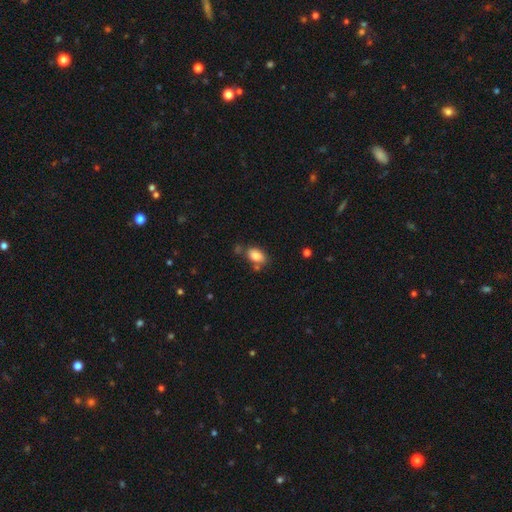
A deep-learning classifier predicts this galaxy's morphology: Smooth or featured? Predicted: smooth (p=0.83). How rounded? Predicted: in between (p=0.86). Merging? Predicted: none (p=0.63).